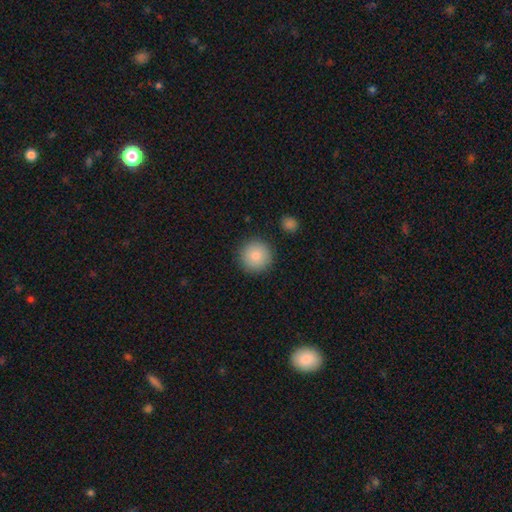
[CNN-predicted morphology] Overall: smooth (82%). How rounded: round (96%). Merging: none (89%).